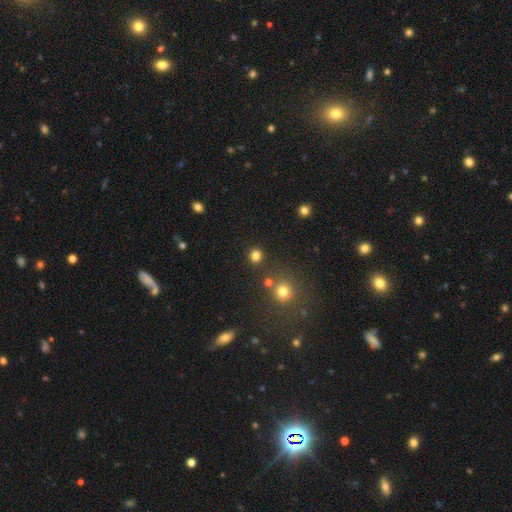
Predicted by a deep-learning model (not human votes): A smooth galaxy with no disk features (80%) that is round (91%).

Vote fractions:
- Smooth or featured? smooth: 80% / star or artifact: 16% / featured or disk: 4%
- How rounded? round: 91% / in between: 8% / cigar-shaped: 1%
- Merging? none: 87% / minor disturbance: 6% / merger: 5% / major disturbance: 2%